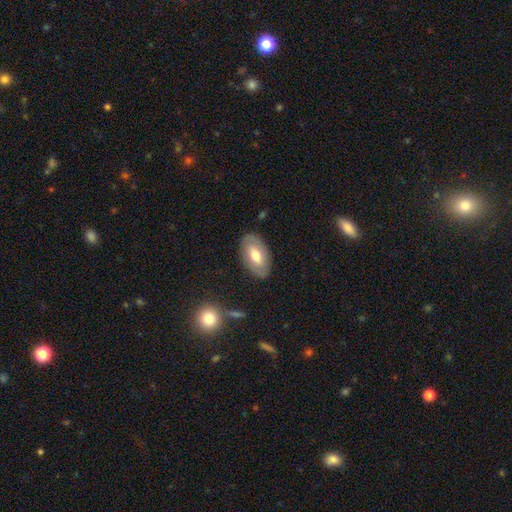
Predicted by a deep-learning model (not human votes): The model was most divided on "smooth or featured": smooth: 56%, featured or disk: 38%, star or artifact: 6%. More confident: how rounded — in between (93%); merging — none (85%).